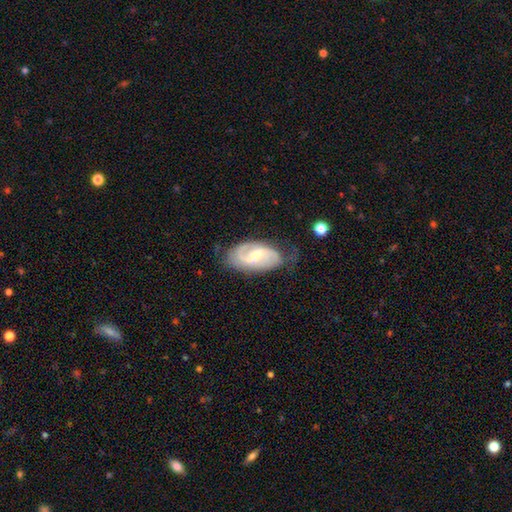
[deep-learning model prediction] A featured or disk galaxy (81%) with a weak bar (58%), 2 (83%) medium (48%) spiral arms (94%) and a moderate central bulge (49%).

Vote fractions:
- Smooth or featured? featured or disk: 81% / smooth: 14% / star or artifact: 5%
- Edge-on disk? no: 96% / yes: 4%
- Bar? weak: 58% / no: 21% / strong: 21%
- Spiral arms? yes: 94% / no: 6%
- Spiral winding? medium: 48% / loose: 28% / tight: 24%
- Spiral arm count? 2: 83% / can't tell: 9% / 1: 4% / 3: 3% / 4: 1% / more than 4: 1%
- Bulge size? moderate: 49% / small: 44% / none: 3% / large: 3% / dominant: 1%
- Merging? none: 64% / minor disturbance: 26% / major disturbance: 9% / merger: 2%